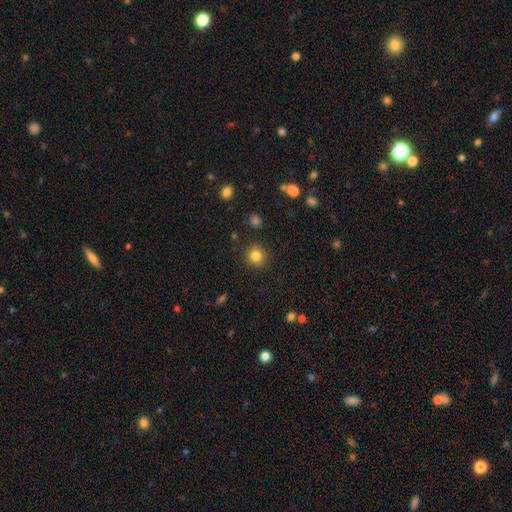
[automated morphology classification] type=smooth (83%); roundness=round (93%); merging=none (90%).